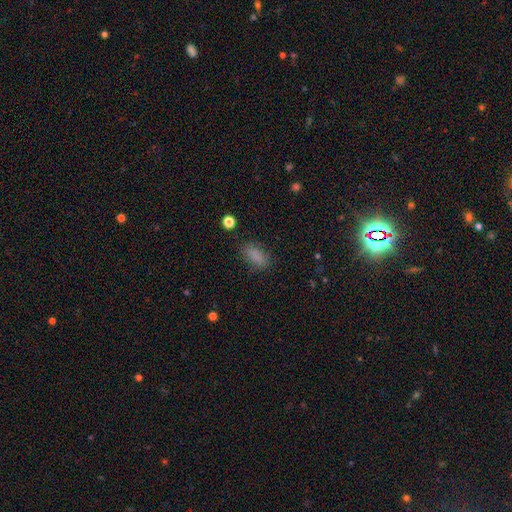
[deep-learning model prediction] This appears to be a smooth galaxy with no disk features (84%) that is in between round and cigar-shaped (85%). Merging: none (82%).